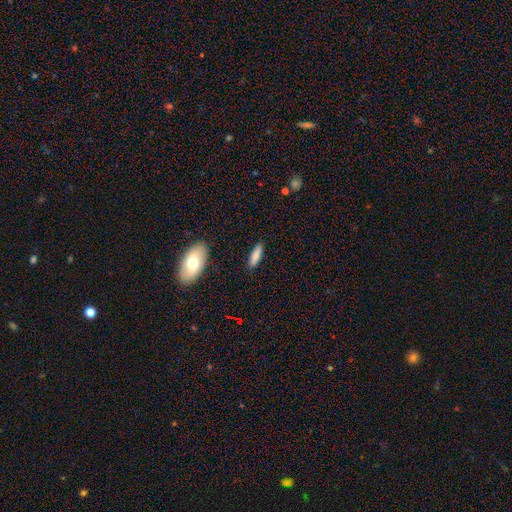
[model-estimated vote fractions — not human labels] Smooth or featured?
  - smooth: 81% *
  - featured or disk: 12%
  - star or artifact: 7%
How rounded?
  - cigar-shaped: 53% *
  - in between: 45%
  - round: 2%
Merging?
  - none: 87% *
  - minor disturbance: 9%
  - major disturbance: 2%
  - merger: 2%